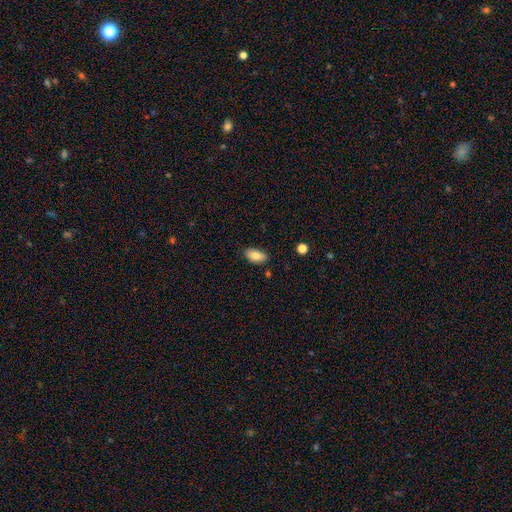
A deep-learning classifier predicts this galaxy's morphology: Smooth or featured: smooth — 83% (featured or disk — 10%)
How rounded: in between — 92% (round — 4%)
Merging: none — 83% (minor disturbance — 13%)